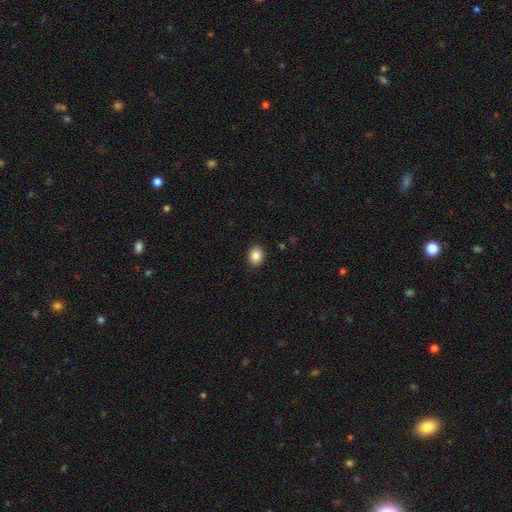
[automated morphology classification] The model was most divided on "how rounded": in between: 57%, round: 42%, cigar-shaped: 1%. More confident: merging — none (91%); smooth or featured — smooth (87%).